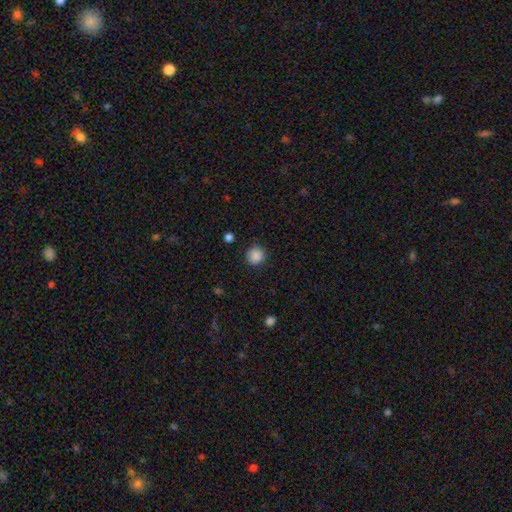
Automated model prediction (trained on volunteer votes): Q: Smooth or featured?
A: smooth (87%); runner-up: star or artifact (10%)
Q: How rounded?
A: round (93%); runner-up: in between (6%)
Q: Merging?
A: none (89%); runner-up: minor disturbance (7%)